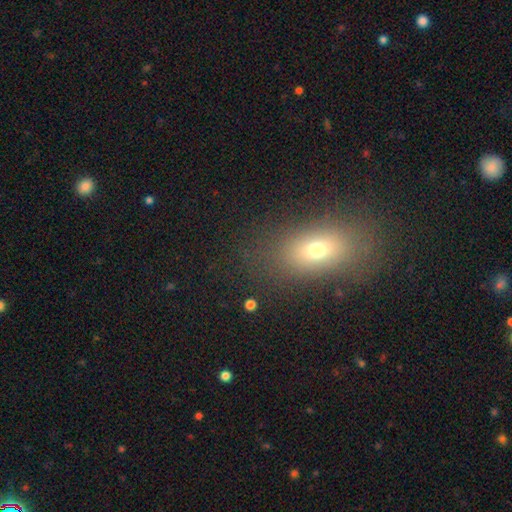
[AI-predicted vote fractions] A smooth galaxy with no disk features (64%) that is in between round and cigar-shaped (76%). Merging: none (84%).